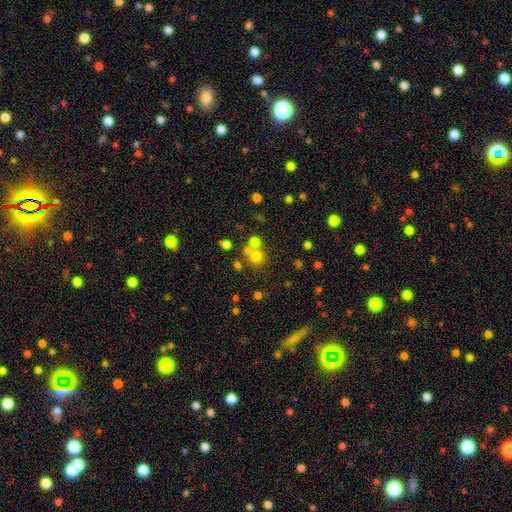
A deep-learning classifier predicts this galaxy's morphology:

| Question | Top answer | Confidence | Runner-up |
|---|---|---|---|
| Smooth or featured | smooth | 68% | star or artifact (20%) |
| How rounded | round | 88% | in between (11%) |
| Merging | none | 55% | merger (33%) |